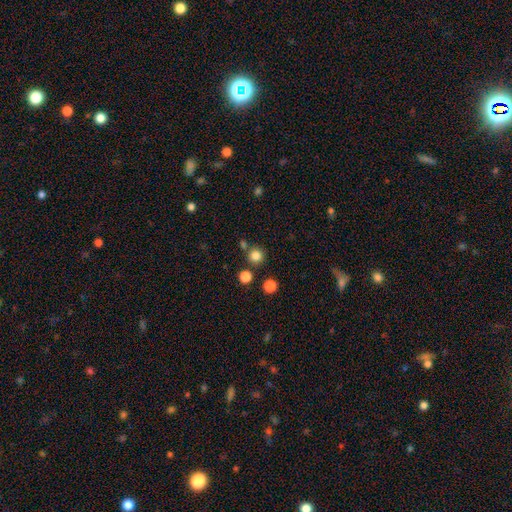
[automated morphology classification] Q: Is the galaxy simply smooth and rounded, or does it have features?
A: smooth — 82%.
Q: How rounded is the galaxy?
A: round — 94%.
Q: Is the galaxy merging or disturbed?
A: none — 81%.